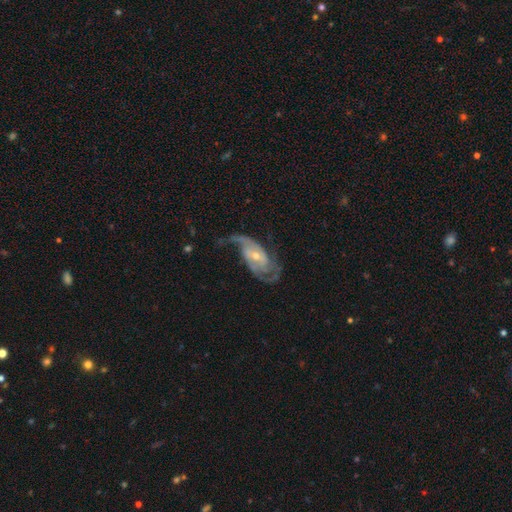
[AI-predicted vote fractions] This appears to be a featured or disk galaxy (86%) with no bar (50%), 2 (65%) loose (43%) spiral arms (94%) and a small central bulge (51%). Merging: none (50%).